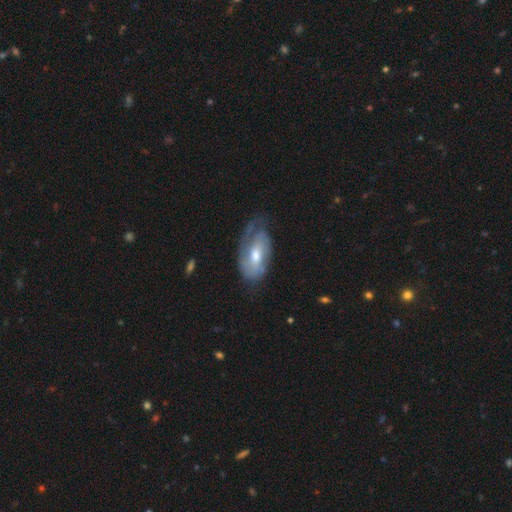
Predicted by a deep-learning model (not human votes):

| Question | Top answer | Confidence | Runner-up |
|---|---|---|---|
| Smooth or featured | featured or disk | 68% | smooth (27%) |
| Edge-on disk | no | 93% | yes (7%) |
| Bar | no | 55% | weak (35%) |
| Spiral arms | yes | 82% | no (18%) |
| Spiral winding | tight | 49% | medium (34%) |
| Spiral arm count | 1 | 37% | 2 (31%) |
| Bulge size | moderate | 68% | small (23%) |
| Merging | none | 49% | minor disturbance (28%) |